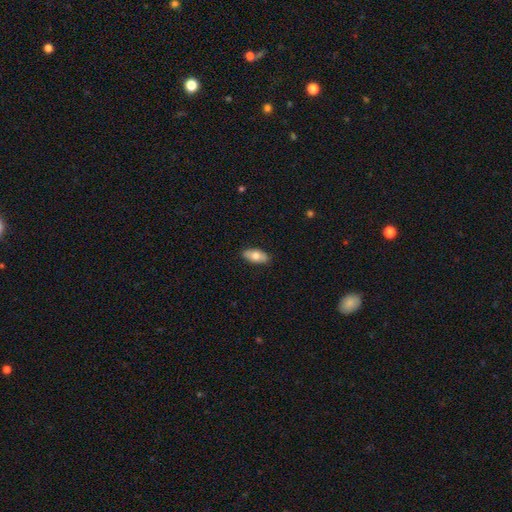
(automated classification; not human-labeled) Smooth or featured? smooth (70%)
How rounded? in between (88%)
Merging? none (87%)